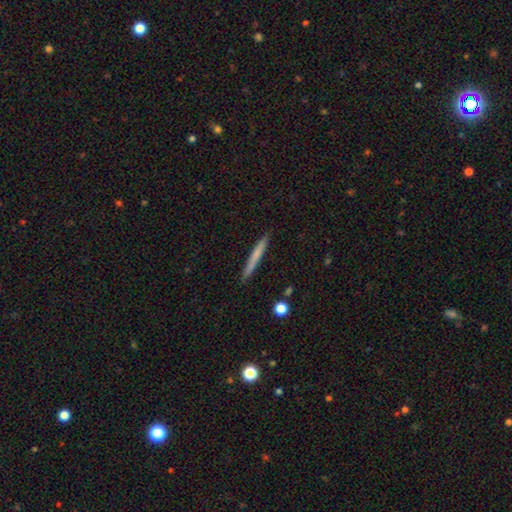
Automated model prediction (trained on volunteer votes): A smooth galaxy with no disk features (65%) that is cigar-shaped (96%). Merging: none (90%).